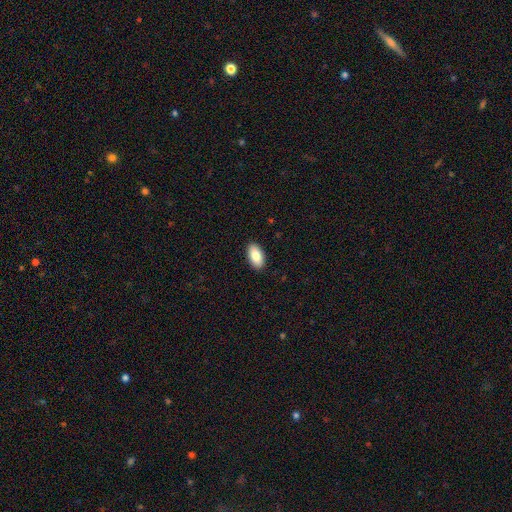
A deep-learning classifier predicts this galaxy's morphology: This is clearly a smooth galaxy (84%). How rounded: clearly in between (94%). Merging: clearly none (90%).